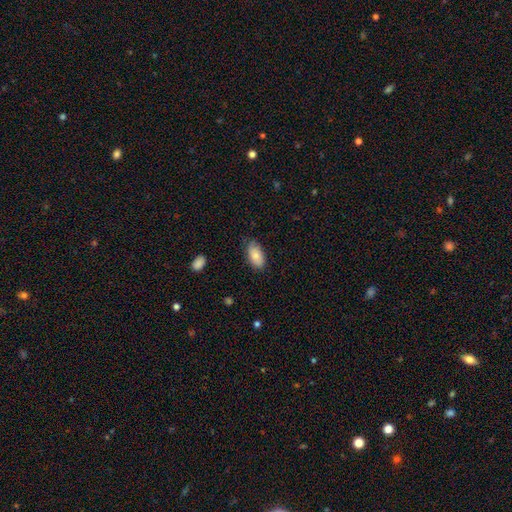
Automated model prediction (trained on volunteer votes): Morphology: type=smooth (80%); roundness=in between (94%); merging=none (75%).